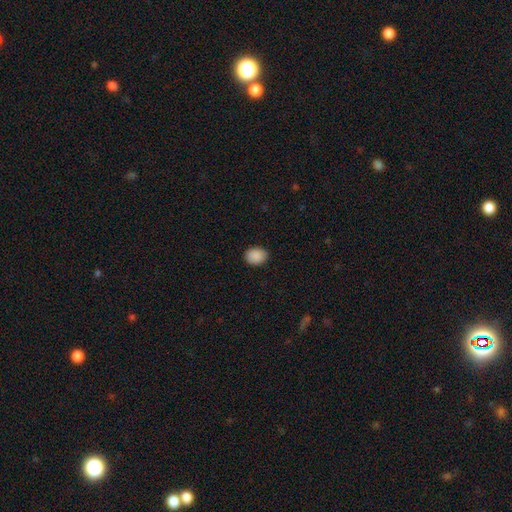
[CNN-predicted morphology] Smooth or featured? Predicted: smooth (p=0.90). How rounded? Predicted: in between (p=0.57). Merging? Predicted: none (p=0.86).